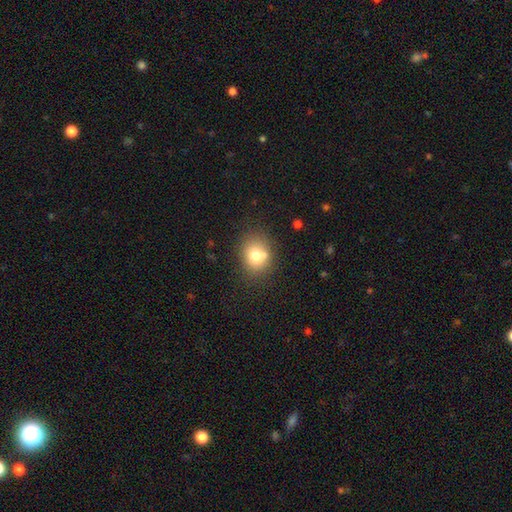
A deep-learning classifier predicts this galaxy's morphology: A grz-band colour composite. It shows a smooth galaxy with no disk features (74%) that is round (62%). Merging: none (65%).